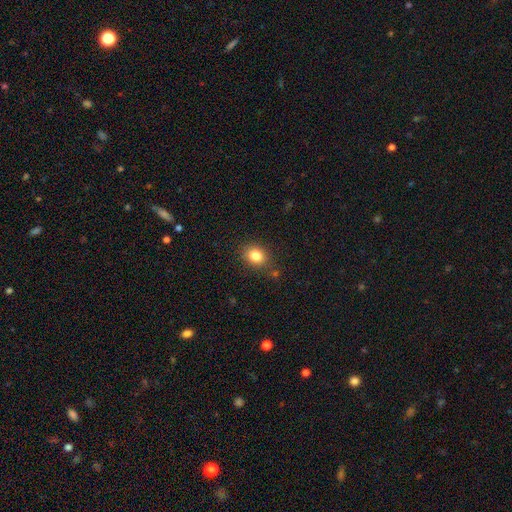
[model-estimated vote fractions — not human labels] The model was most divided on "how rounded": round: 51%, in between: 48%, cigar-shaped: 1%. More confident: smooth or featured — smooth (83%); merging — none (81%).